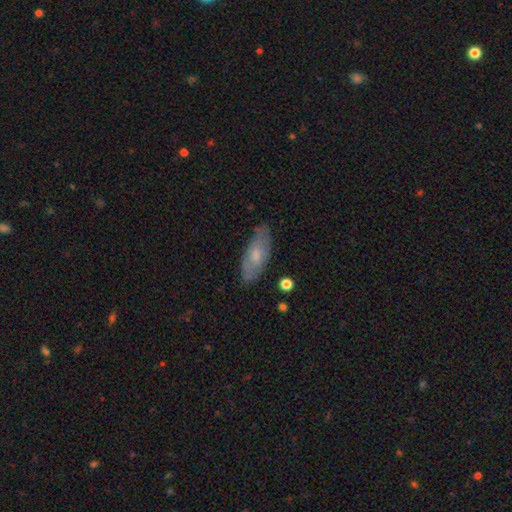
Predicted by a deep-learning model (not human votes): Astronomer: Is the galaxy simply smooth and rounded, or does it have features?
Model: smooth — 60%.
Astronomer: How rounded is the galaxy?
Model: in between — 75%.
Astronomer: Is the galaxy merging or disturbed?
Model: none — 79%.